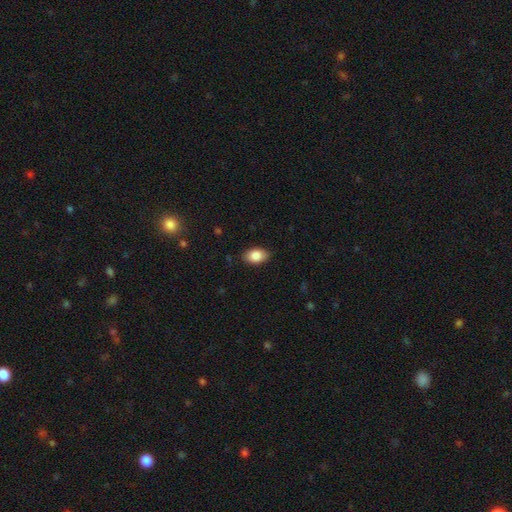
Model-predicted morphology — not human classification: type=smooth (87%); roundness=in between (90%); merging=none (86%).